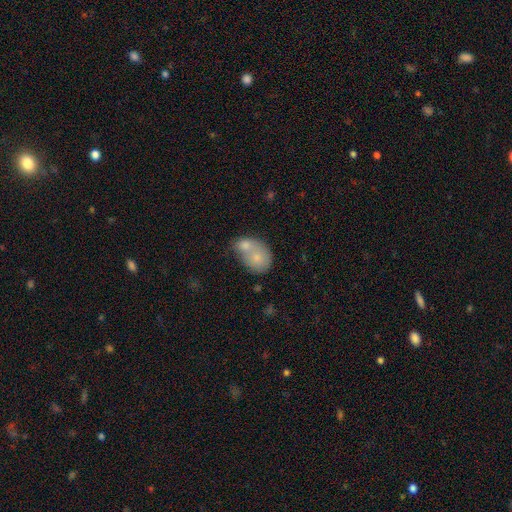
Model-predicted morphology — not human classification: This is likely a smooth galaxy (73%). How rounded: possibly round (50%). Merging: likely merger (68%).